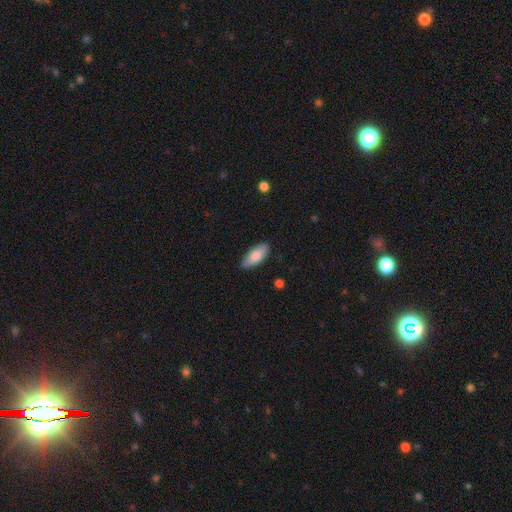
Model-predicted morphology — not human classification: The model was most divided on "smooth or featured": smooth: 82%, featured or disk: 12%, star or artifact: 6%. More confident: how rounded — in between (85%); merging — none (84%).